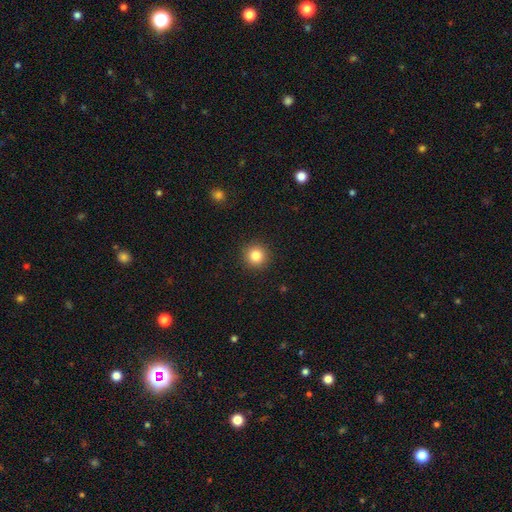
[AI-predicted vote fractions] Overall: smooth (83%). How rounded: round (95%). Merging: none (92%).